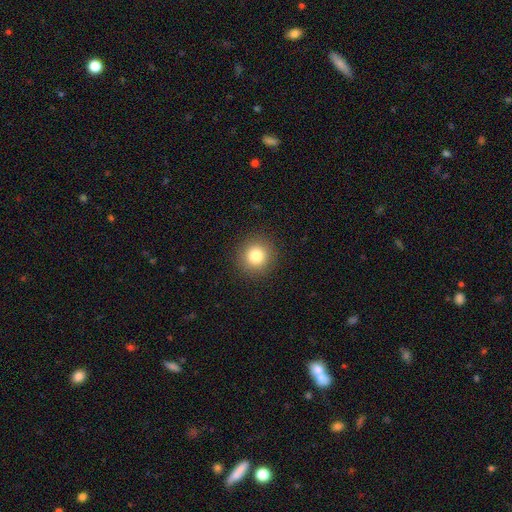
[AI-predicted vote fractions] smooth_or_featured: smooth (p=0.81) [alt: star or artifact p=0.12]
how_rounded: round (p=0.94) [alt: in between p=0.05]
merging: none (p=0.91) [alt: minor disturbance p=0.06]